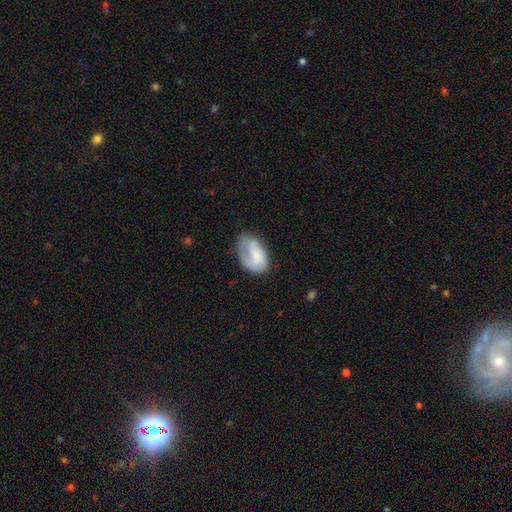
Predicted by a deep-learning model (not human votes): smooth_or_featured: featured or disk (p=0.47) [alt: smooth p=0.46]
merging: none (p=0.44) [alt: minor disturbance p=0.30]